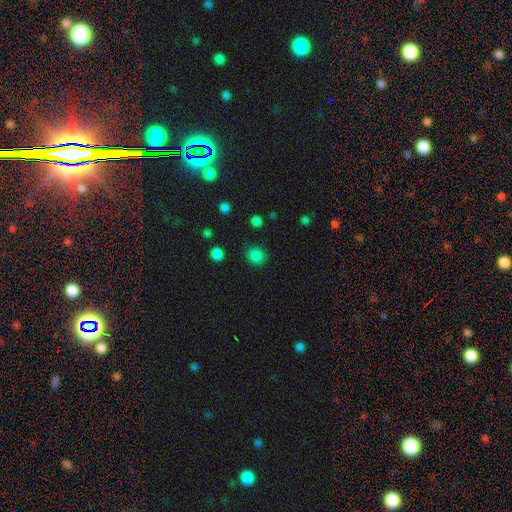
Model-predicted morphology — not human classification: smooth 84%, star or artifact 13%, featured or disk 3%. Down the decision tree: how rounded — round (84%); merging — none (86%).